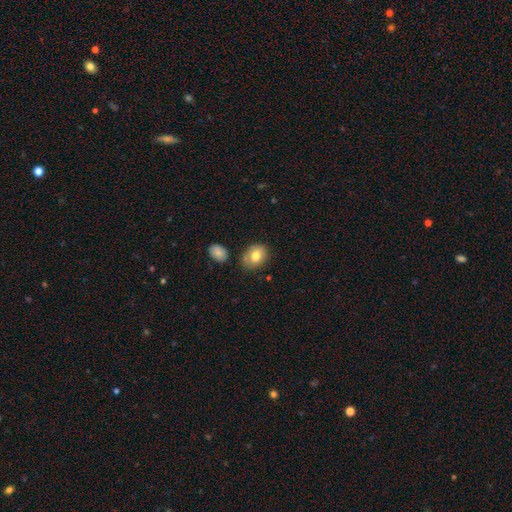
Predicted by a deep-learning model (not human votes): Smooth or featured? Predicted: smooth (p=0.78). How rounded? Predicted: in between (p=0.65). Merging? Predicted: none (p=0.72).